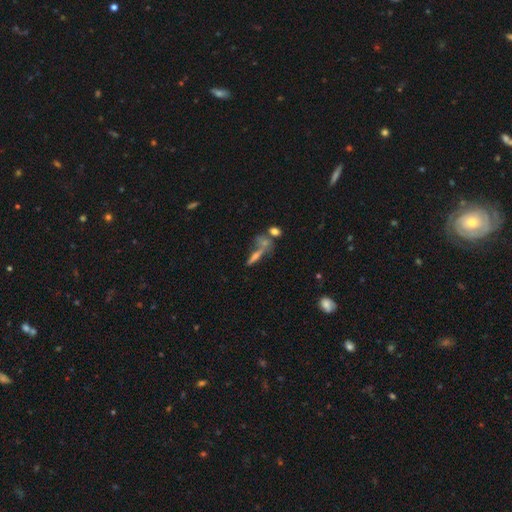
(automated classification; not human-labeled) A featured or disk galaxy (41%).

Vote fractions:
- Smooth or featured? featured or disk: 41% / smooth: 39% / star or artifact: 20%
- Merging? none: 39% / merger: 38% / minor disturbance: 12% / major disturbance: 11%